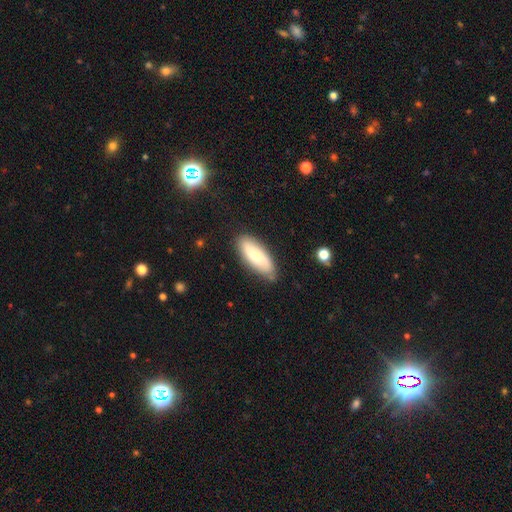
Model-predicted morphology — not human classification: Overall: smooth (68%). How rounded: in between (75%). Merging: none (77%).